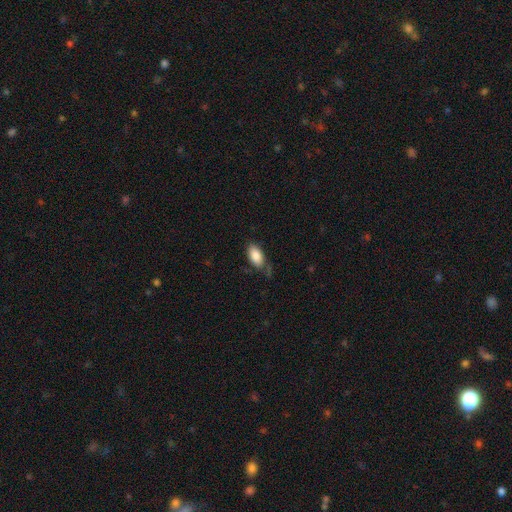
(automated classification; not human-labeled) smooth_or_featured: smooth (p=0.86) [alt: featured or disk p=0.07]
how_rounded: in between (p=0.93) [alt: cigar-shaped p=0.03]
merging: none (p=0.66) [alt: minor disturbance p=0.24]